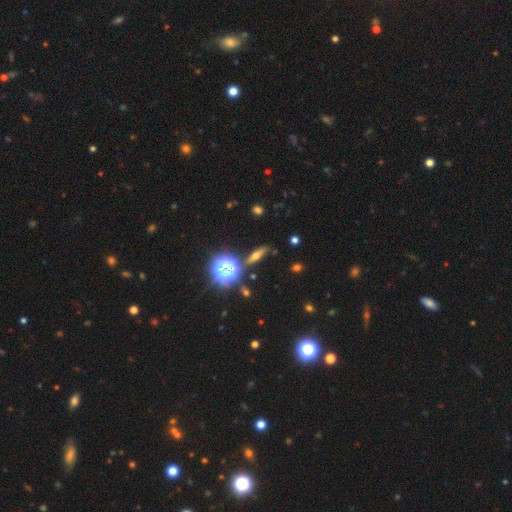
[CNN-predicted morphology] smooth-or-featured: featured or disk: 40% | smooth: 35% | star or artifact: 25%
  merging: none: 83% | minor disturbance: 9% | merger: 4% | major disturbance: 3%